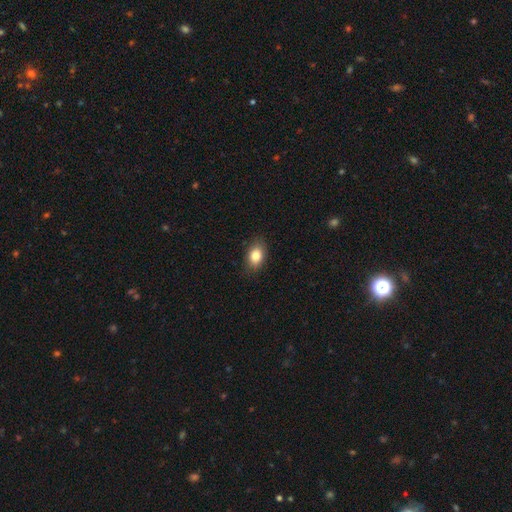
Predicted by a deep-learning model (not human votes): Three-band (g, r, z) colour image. It shows a smooth galaxy with no disk features (82%) that is in between round and cigar-shaped (79%). Merging: none (84%).